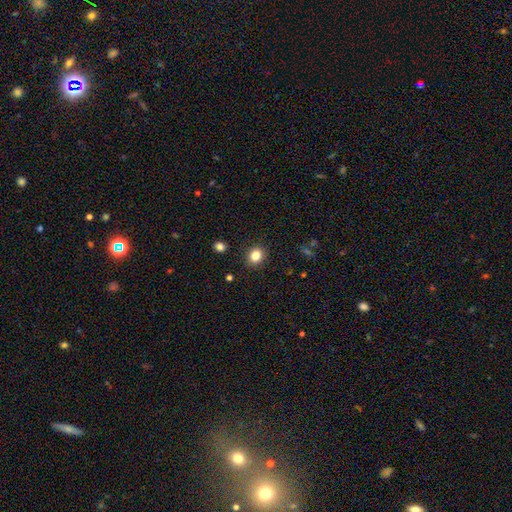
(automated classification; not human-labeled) Smooth or featured? Predicted: smooth (p=0.83). How rounded? Predicted: round (p=0.67). Merging? Predicted: none (p=0.90).